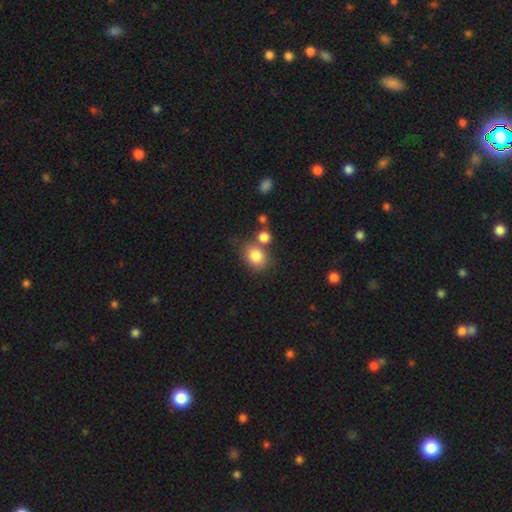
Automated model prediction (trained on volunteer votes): smooth 83%, star or artifact 10%, featured or disk 8%. Down the decision tree: how rounded — round (55%); merging — none (55%).